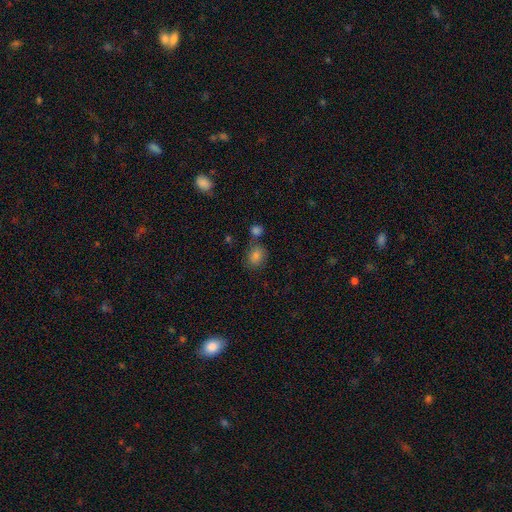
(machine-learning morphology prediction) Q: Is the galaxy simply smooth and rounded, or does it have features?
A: smooth — 79%.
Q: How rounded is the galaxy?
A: round — 52%.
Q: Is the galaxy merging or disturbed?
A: none — 70%.